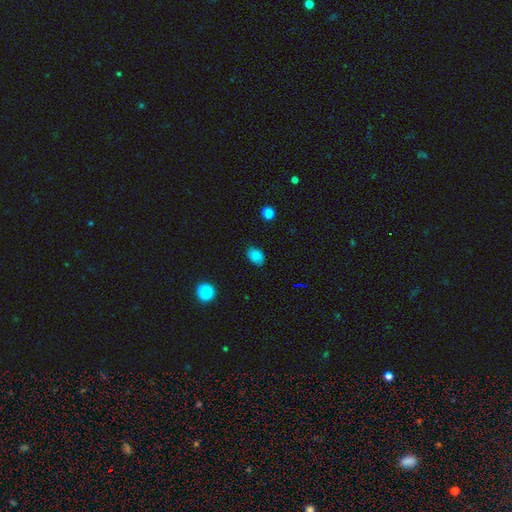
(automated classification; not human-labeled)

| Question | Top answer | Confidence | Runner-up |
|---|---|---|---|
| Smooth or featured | smooth | 82% | star or artifact (13%) |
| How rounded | in between | 76% | round (23%) |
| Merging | none | 81% | minor disturbance (15%) |